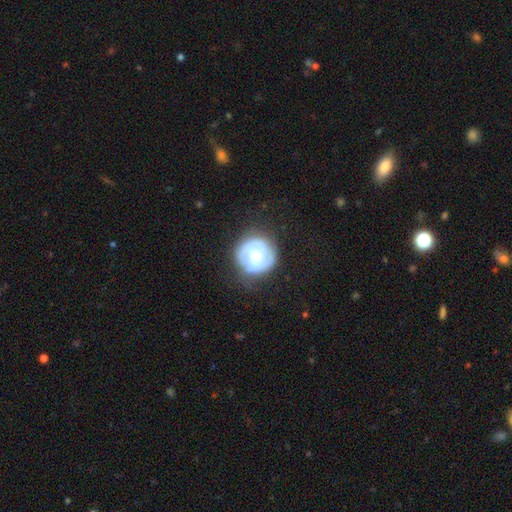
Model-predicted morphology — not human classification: Smooth or featured?
  - featured or disk: 76% *
  - smooth: 19%
  - star or artifact: 5%
Edge-on disk?
  - no: 98% *
  - yes: 2%
Bar?
  - no: 57% *
  - weak: 34%
  - strong: 9%
Spiral arms?
  - yes: 89% *
  - no: 11%
Spiral winding?
  - tight: 55% *
  - medium: 35%
  - loose: 10%
Spiral arm count?
  - 2: 66% *
  - can't tell: 14%
  - 3: 11%
  - 1: 4%
  - 4: 2%
  - more than 4: 2%
Bulge size?
  - moderate: 73% *
  - small: 19%
  - large: 6%
  - none: 1%
  - dominant: 1%
Merging?
  - none: 76% *
  - minor disturbance: 17%
  - major disturbance: 6%
  - merger: 1%